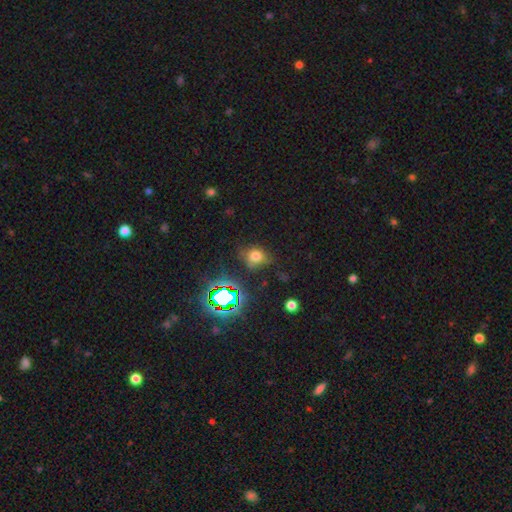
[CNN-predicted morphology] Q: Smooth or featured?
A: smooth (63%); runner-up: star or artifact (27%)
Q: How rounded?
A: round (61%); runner-up: in between (38%)
Q: Merging?
A: none (63%); runner-up: minor disturbance (23%)